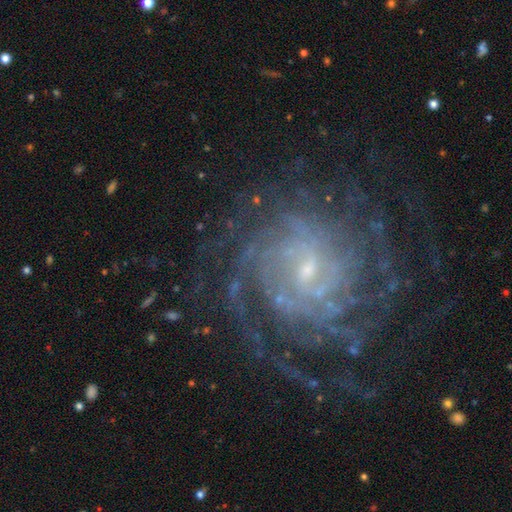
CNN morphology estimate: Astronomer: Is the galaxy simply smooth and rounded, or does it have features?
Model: featured or disk — 88%.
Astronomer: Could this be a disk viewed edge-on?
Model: no — 98%.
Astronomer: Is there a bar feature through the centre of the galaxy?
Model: weak — 51% (runner-up: no, 35%).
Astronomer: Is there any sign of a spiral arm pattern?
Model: yes — 97%.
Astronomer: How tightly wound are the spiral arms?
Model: tight — 70%.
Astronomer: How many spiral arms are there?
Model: can't tell — 30% (runner-up: more than 4, 20%).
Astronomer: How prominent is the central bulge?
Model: small — 72%.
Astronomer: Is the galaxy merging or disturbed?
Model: none — 75%.